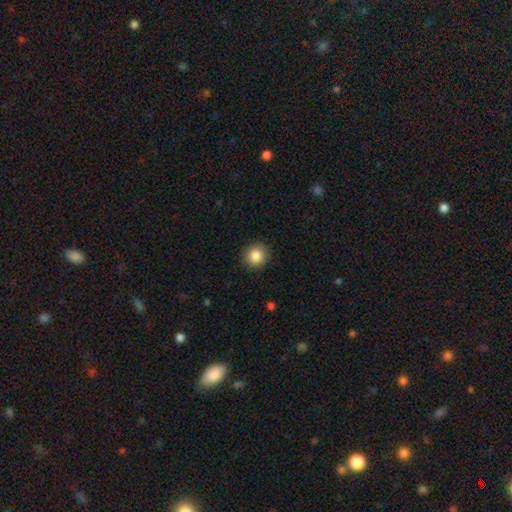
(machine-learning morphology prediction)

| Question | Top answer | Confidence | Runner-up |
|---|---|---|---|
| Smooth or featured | smooth | 86% | star or artifact (9%) |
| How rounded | round | 87% | in between (12%) |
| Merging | none | 91% | minor disturbance (6%) |